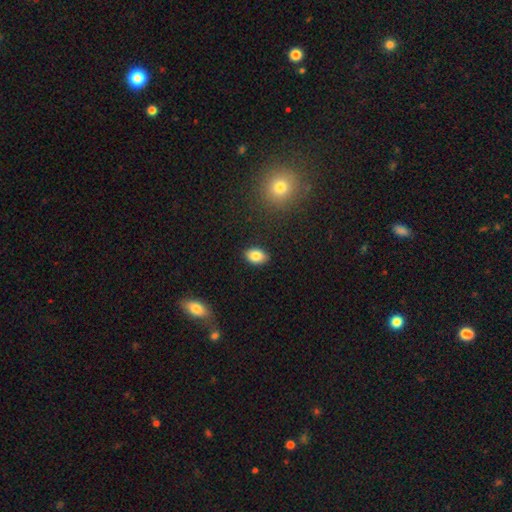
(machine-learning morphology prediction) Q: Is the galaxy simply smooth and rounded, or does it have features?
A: smooth — 84%.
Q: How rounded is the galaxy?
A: in between — 85%.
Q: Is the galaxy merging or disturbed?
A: none — 88%.